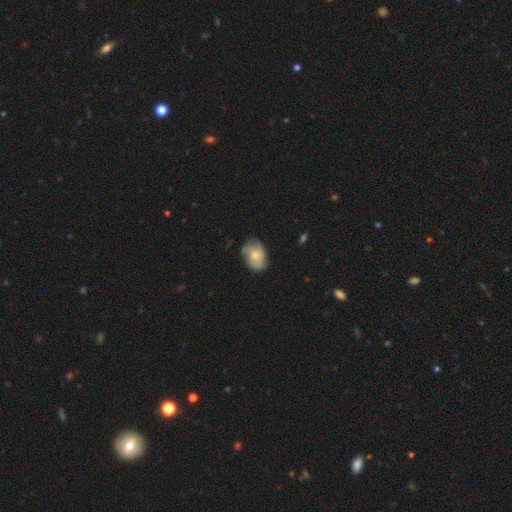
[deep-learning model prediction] This appears to be a smooth galaxy with no disk features (54%) that is in between round and cigar-shaped (72%). Merging: none (66%).